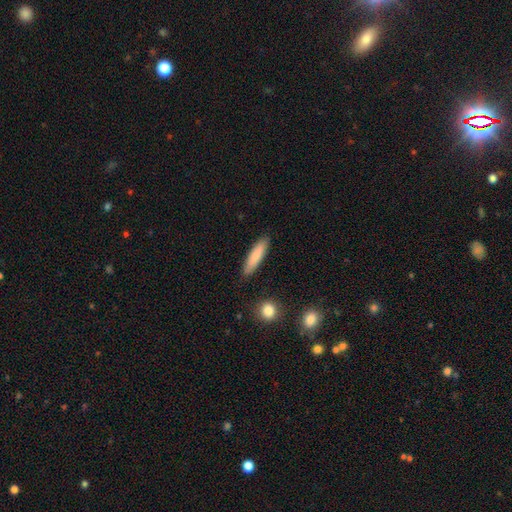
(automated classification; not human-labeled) This appears to be a smooth galaxy with no disk features (82%) that is cigar-shaped (75%). Merging: none (87%).